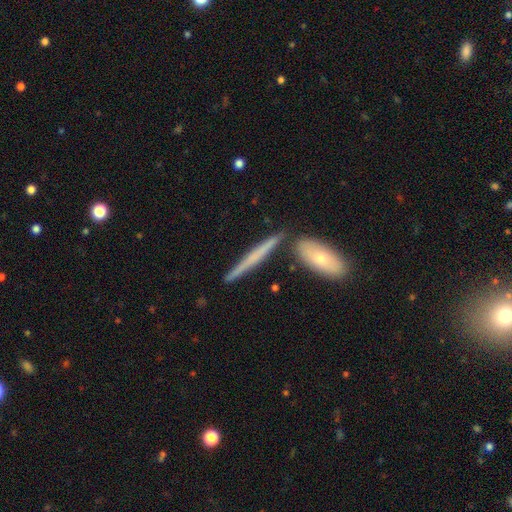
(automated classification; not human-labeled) A featured or disk galaxy (48%). Merging: none (79%).